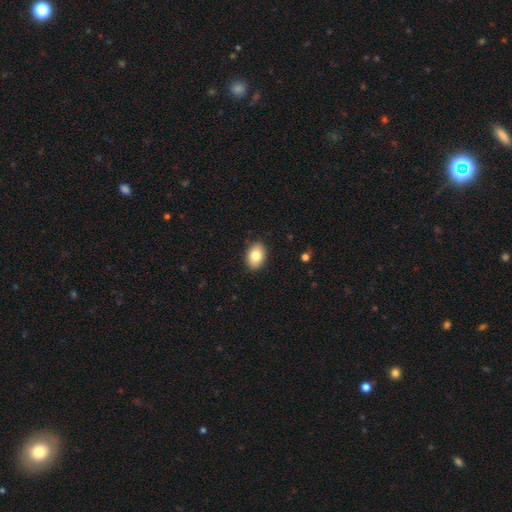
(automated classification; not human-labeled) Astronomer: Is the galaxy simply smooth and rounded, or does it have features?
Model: smooth — 82%.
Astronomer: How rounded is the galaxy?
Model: in between — 80%.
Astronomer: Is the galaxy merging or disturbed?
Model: none — 90%.